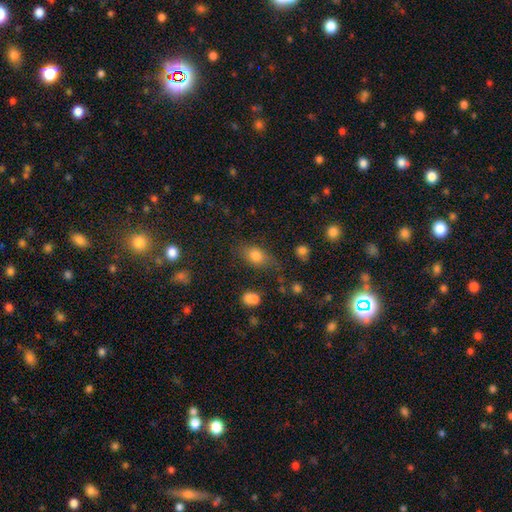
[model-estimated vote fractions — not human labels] A smooth galaxy with no disk features (76%) that is in between round and cigar-shaped (76%). Merging: none (67%).